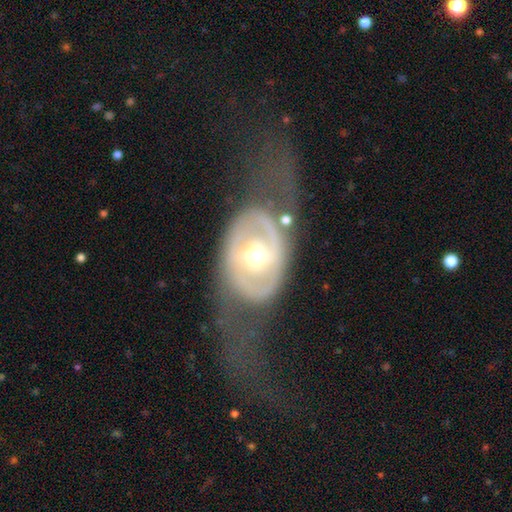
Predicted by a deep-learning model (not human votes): This is clearly a featured or disk galaxy (80%). It is clearly not viewed edge-on (94%). Bar: possibly no (49%). Spiral arm pattern: likely yes (65%). Central bulge: likely moderate (62%). Merging: marginally none (44%).